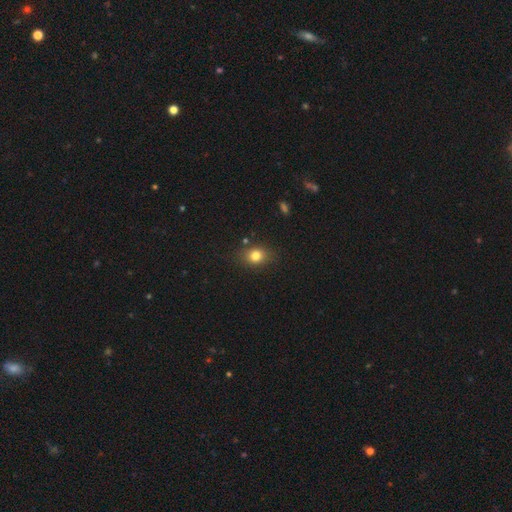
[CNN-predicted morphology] Overall: smooth (79%). How rounded: in between (51%; round 48%). Merging: none (81%).